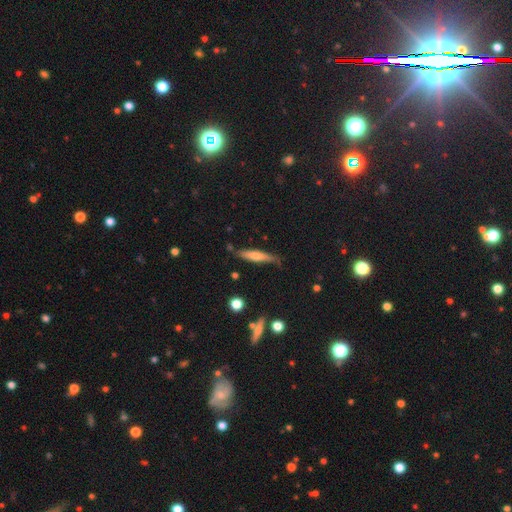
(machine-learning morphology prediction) Overall: smooth (55%; featured or disk 38%). How rounded: cigar-shaped (84%). Merging: none (71%).